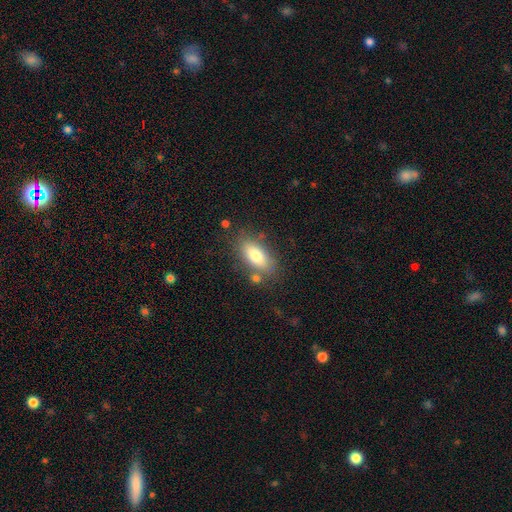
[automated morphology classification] This is likely a smooth galaxy (75%). How rounded: clearly in between (85%). Merging: likely none (72%).